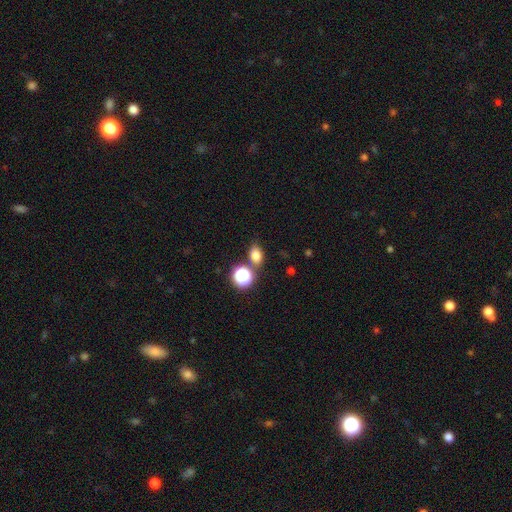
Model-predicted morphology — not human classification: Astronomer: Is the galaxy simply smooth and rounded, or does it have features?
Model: smooth — 75%.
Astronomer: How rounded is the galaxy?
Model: in between — 67%.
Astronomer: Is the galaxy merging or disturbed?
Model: none — 69%.